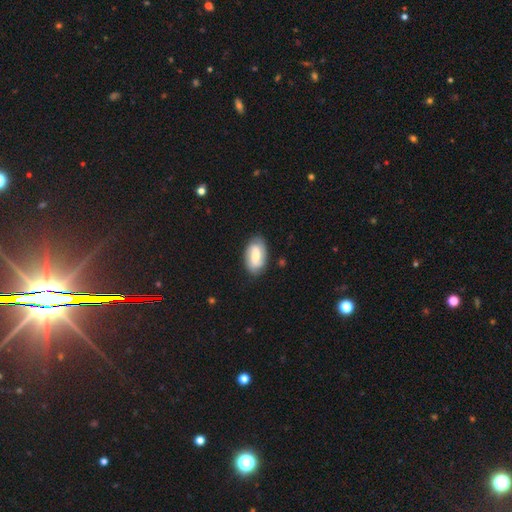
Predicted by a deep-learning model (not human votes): featured or disk 48%, smooth 45%, star or artifact 7%. Down the decision tree: merging — none (80%).